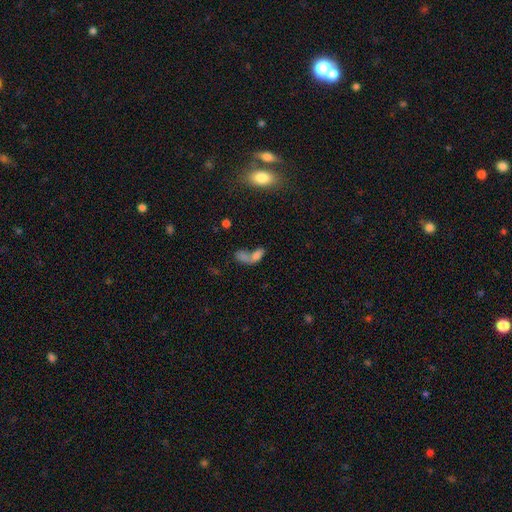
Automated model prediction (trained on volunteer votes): Smooth or featured? Predicted: smooth (p=0.48). Merging? Predicted: merger (p=0.38).